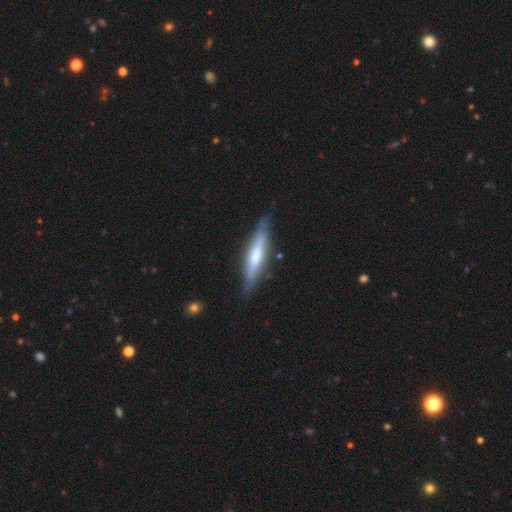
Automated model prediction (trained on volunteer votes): This is possibly a featured or disk galaxy (56%). It is clearly viewed edge-on (91%). Edge-on bulge: possibly rounded (51%). Merging: clearly none (82%).